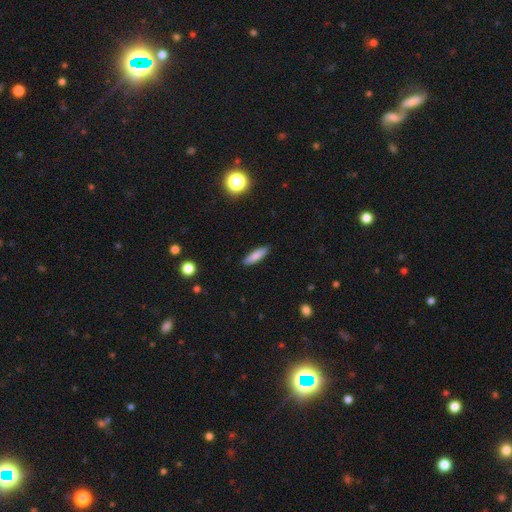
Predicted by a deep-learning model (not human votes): smooth 84%, featured or disk 9%, star or artifact 7%. Down the decision tree: how rounded — cigar-shaped (63%); merging — none (89%).